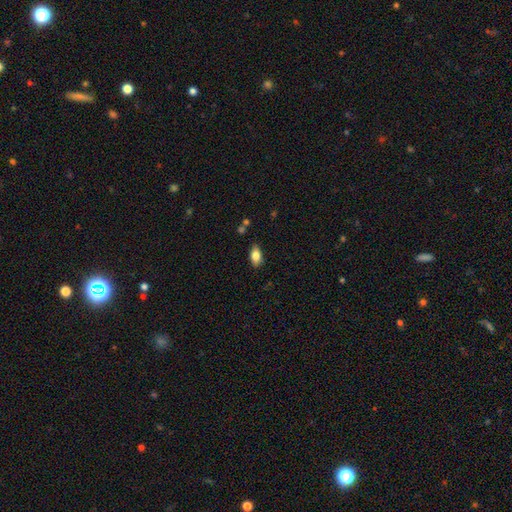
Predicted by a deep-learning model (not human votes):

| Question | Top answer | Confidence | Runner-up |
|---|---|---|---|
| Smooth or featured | smooth | 81% | featured or disk (11%) |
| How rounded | in between | 90% | round (5%) |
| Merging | none | 83% | minor disturbance (12%) |